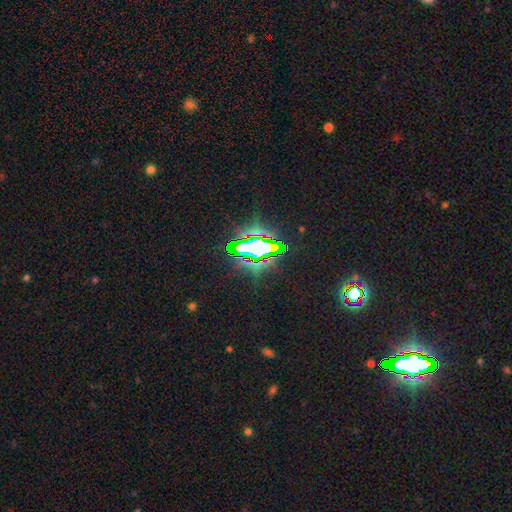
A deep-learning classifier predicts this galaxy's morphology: A star or artifact, not a galaxy (77%).